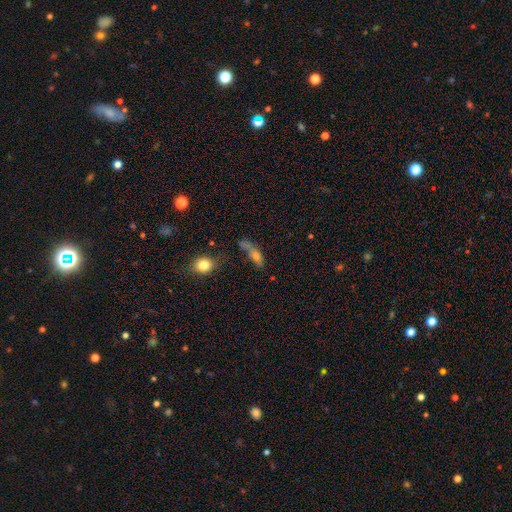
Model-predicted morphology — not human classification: A smooth galaxy with no disk features (56%) that is in between round and cigar-shaped (54%).

Vote fractions:
- Smooth or featured? smooth: 56% / featured or disk: 29% / star or artifact: 14%
- How rounded? in between: 54% / cigar-shaped: 37% / round: 9%
- Merging? none: 39% / major disturbance: 22% / minor disturbance: 21% / merger: 18%